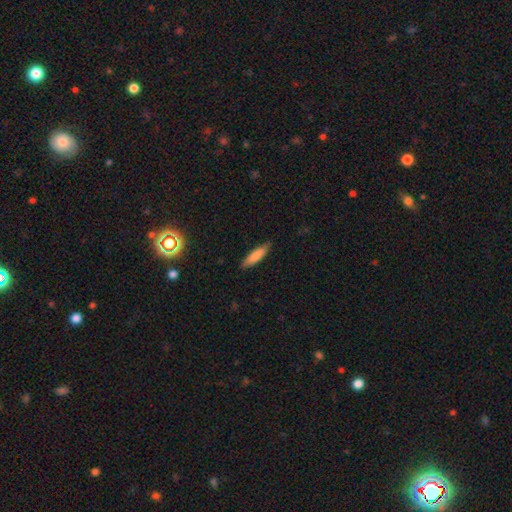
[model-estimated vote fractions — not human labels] smooth_or_featured: smooth (p=0.82) [alt: featured or disk p=0.12]
how_rounded: cigar-shaped (p=0.74) [alt: in between p=0.25]
merging: none (p=0.86) [alt: minor disturbance p=0.11]